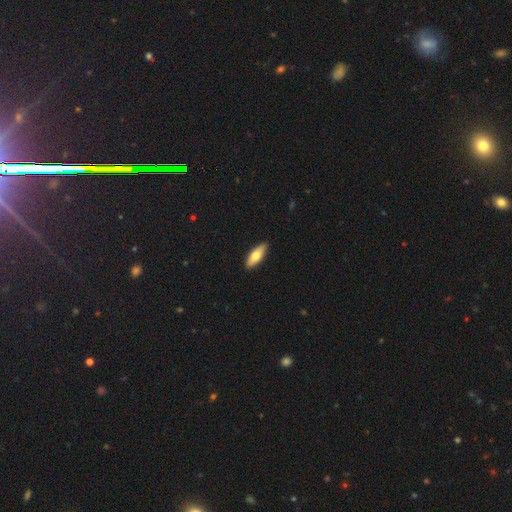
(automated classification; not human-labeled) Smooth or featured?
  - smooth: 71% *
  - featured or disk: 23%
  - star or artifact: 5%
How rounded?
  - in between: 64% *
  - cigar-shaped: 34%
  - round: 2%
Merging?
  - none: 90% *
  - minor disturbance: 7%
  - major disturbance: 1%
  - merger: 1%